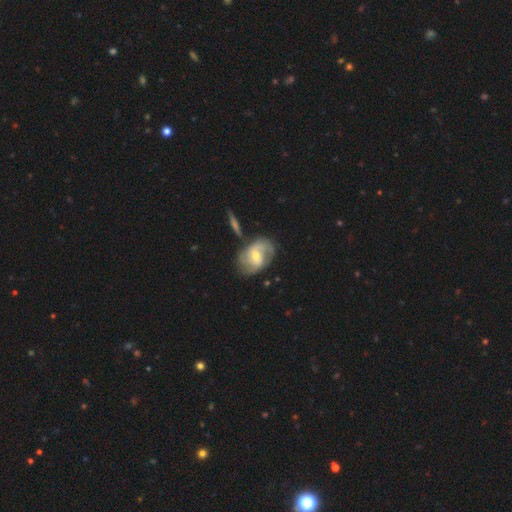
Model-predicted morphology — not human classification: smooth_or_featured: featured or disk (p=0.79) [alt: smooth p=0.15]
disk_edge_on: no (p=0.96) [alt: yes p=0.04]
bar: weak (p=0.51) [alt: no p=0.36]
has_spiral_arms: yes (p=0.93) [alt: no p=0.07]
spiral_winding: medium (p=0.45) [alt: tight p=0.35]
spiral_arm_count: 2 (p=0.57) [alt: can't tell p=0.19]
bulge_size: moderate (p=0.57) [alt: small p=0.38]
merging: none (p=0.66) [alt: minor disturbance p=0.19]